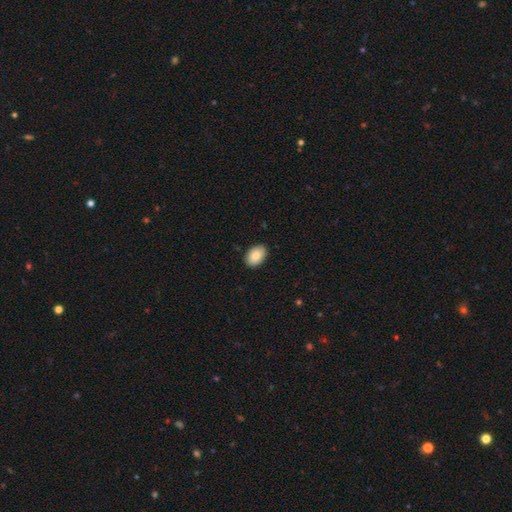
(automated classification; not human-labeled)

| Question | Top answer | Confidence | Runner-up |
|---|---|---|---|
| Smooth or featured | smooth | 83% | featured or disk (10%) |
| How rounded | in between | 87% | round (12%) |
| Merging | none | 88% | minor disturbance (10%) |